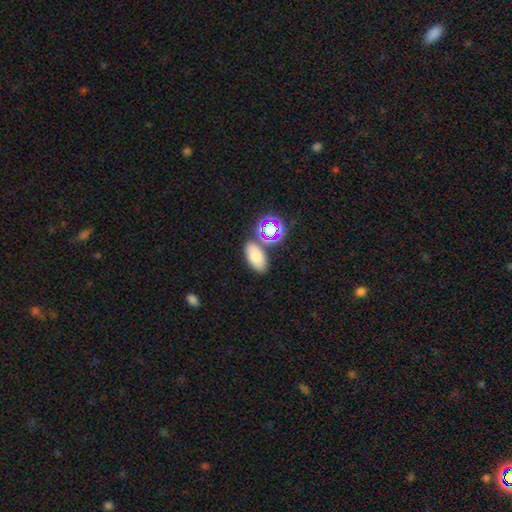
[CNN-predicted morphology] Smooth or featured? smooth (70%)
How rounded? in between (88%)
Merging? none (71%)